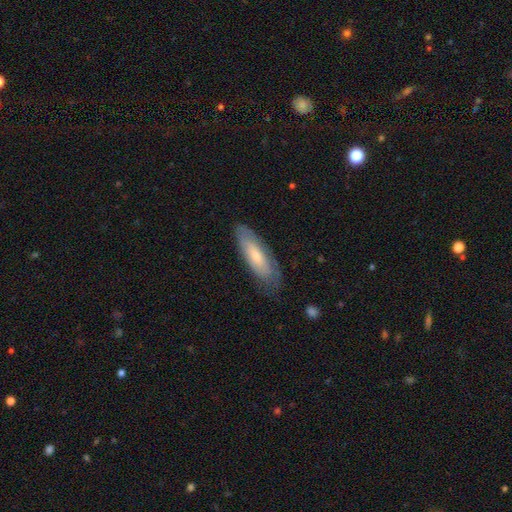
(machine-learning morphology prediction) This is possibly a smooth galaxy (53%). How rounded: possibly in between (51%). Merging: likely none (75%).